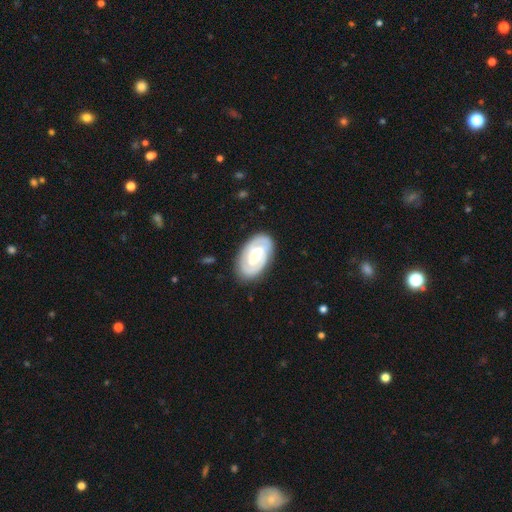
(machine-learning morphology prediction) A featured or disk galaxy (83%) with a weak bar (45%), 2 (72%) tight (68%) spiral arms (94%) and a moderate central bulge (52%).

Vote fractions:
- Smooth or featured? featured or disk: 83% / smooth: 13% / star or artifact: 4%
- Edge-on disk? no: 96% / yes: 4%
- Bar? weak: 45% / no: 37% / strong: 18%
- Spiral arms? yes: 94% / no: 6%
- Spiral winding? tight: 68% / medium: 27% / loose: 5%
- Spiral arm count? 2: 72% / can't tell: 12% / 3: 9% / 1: 3% / 4: 2% / more than 4: 2%
- Bulge size? moderate: 52% / small: 41% / large: 4% / none: 2% / dominant: 1%
- Merging? none: 85% / minor disturbance: 11% / major disturbance: 3% / merger: 1%